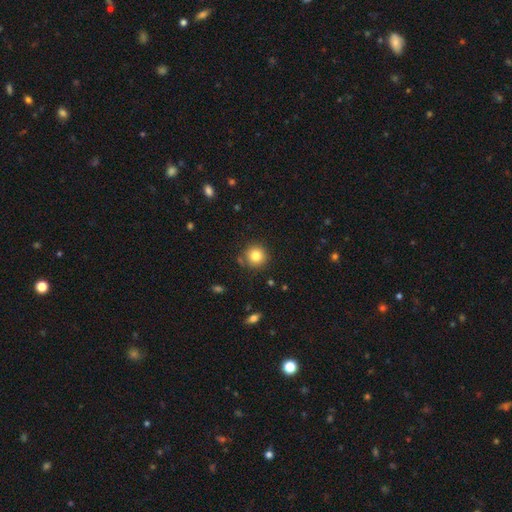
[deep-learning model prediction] The model was most divided on "smooth or featured": smooth: 82%, star or artifact: 11%, featured or disk: 7%. More confident: how rounded — round (93%); merging — none (84%).